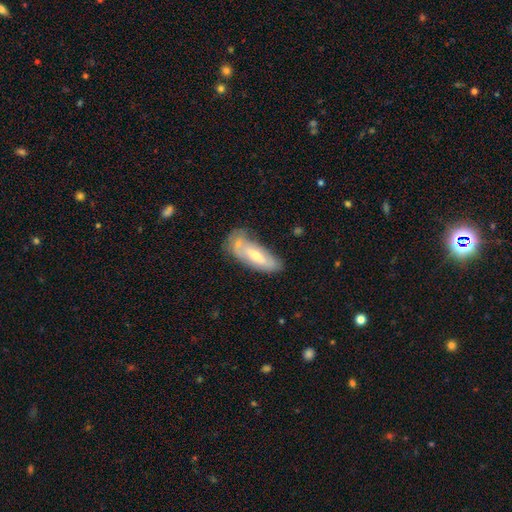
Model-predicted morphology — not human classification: Smooth or featured: smooth — 51% (featured or disk — 42%)
How rounded: in between — 63% (cigar-shaped — 35%)
Merging: none — 50% (minor disturbance — 24%)